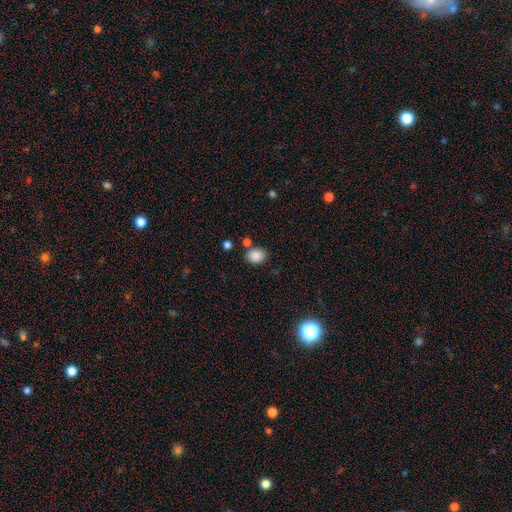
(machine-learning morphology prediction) This appears to be a smooth galaxy with no disk features (86%) that is in between round and cigar-shaped (52%). Merging: none (78%).